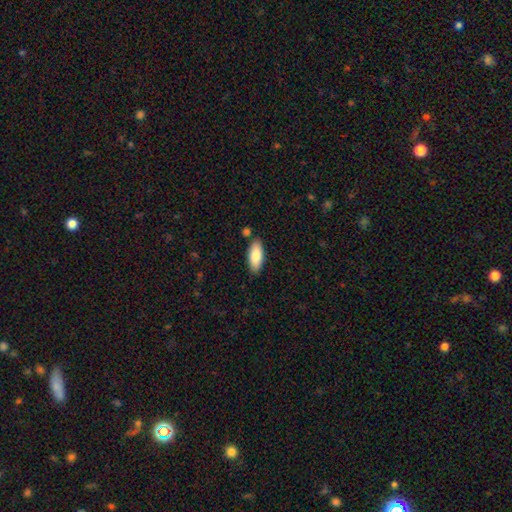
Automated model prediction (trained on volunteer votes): Smooth or featured?
  - smooth: 81% *
  - featured or disk: 12%
  - star or artifact: 6%
How rounded?
  - in between: 84% *
  - cigar-shaped: 14%
  - round: 2%
Merging?
  - none: 84% *
  - minor disturbance: 10%
  - merger: 4%
  - major disturbance: 2%